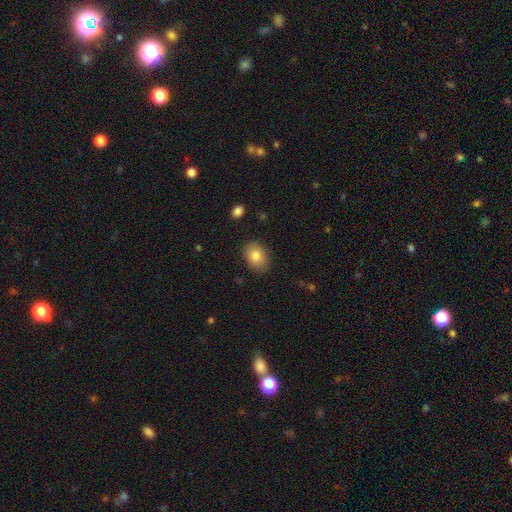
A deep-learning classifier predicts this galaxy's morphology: type=smooth (83%); roundness=in between (72%); merging=none (85%).